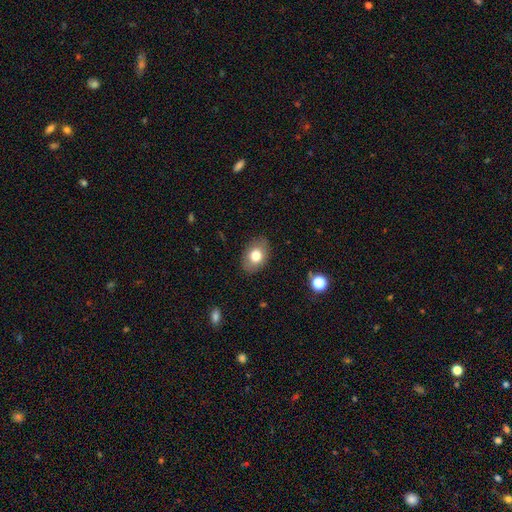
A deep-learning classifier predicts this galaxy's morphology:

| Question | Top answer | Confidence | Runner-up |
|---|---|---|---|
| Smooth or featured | smooth | 77% | featured or disk (15%) |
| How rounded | in between | 81% | round (18%) |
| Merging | none | 85% | minor disturbance (11%) |